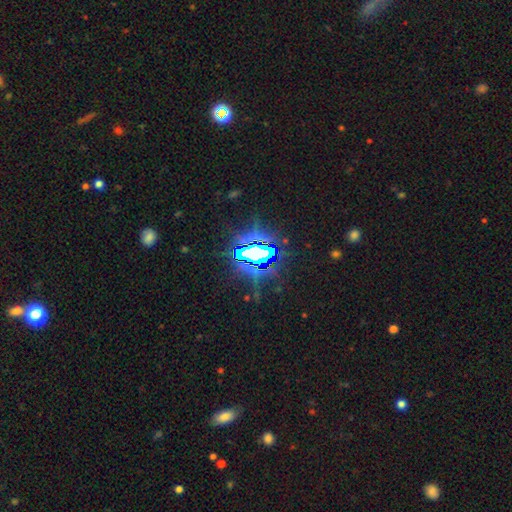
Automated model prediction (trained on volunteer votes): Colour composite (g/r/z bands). It shows a star or artifact, not a galaxy (78%).